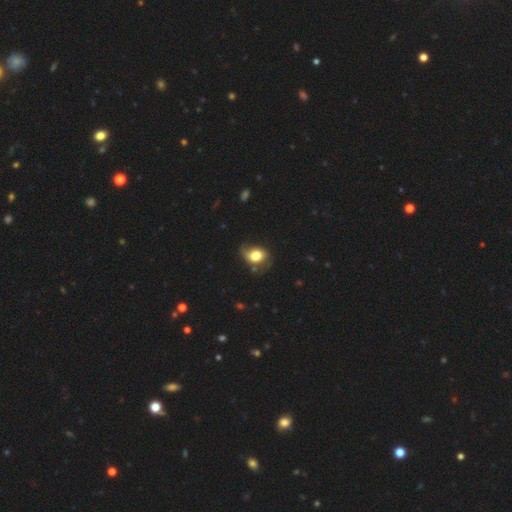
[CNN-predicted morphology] smooth 66%, featured or disk 25%, star or artifact 8%. Down the decision tree: how rounded — in between (65%); merging — none (49%).